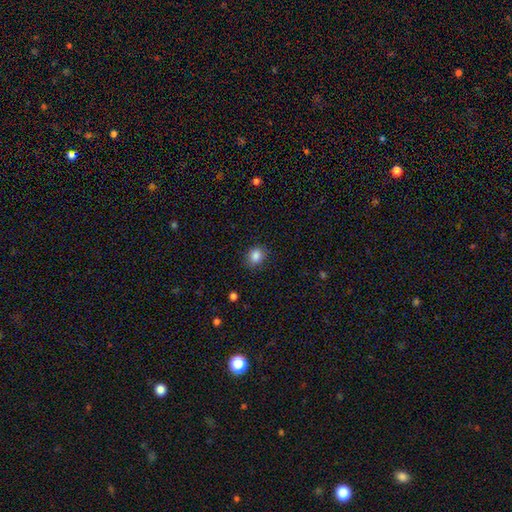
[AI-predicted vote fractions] The model was most divided on "how rounded": round: 54%, in between: 45%, cigar-shaped: 1%. More confident: smooth or featured — smooth (86%); merging — none (84%).